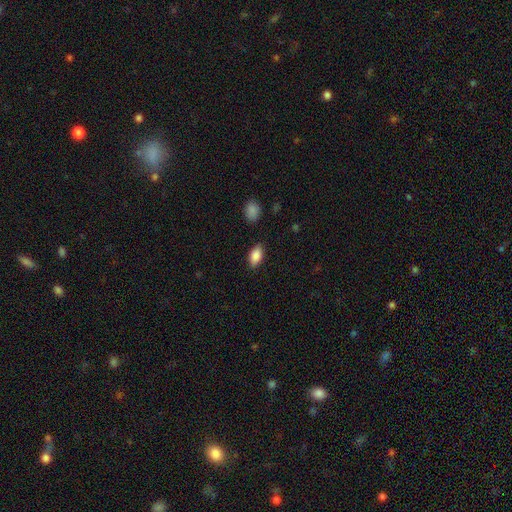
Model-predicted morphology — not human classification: A smooth galaxy with no disk features (87%) that is in between round and cigar-shaped (91%). Merging: none (84%).